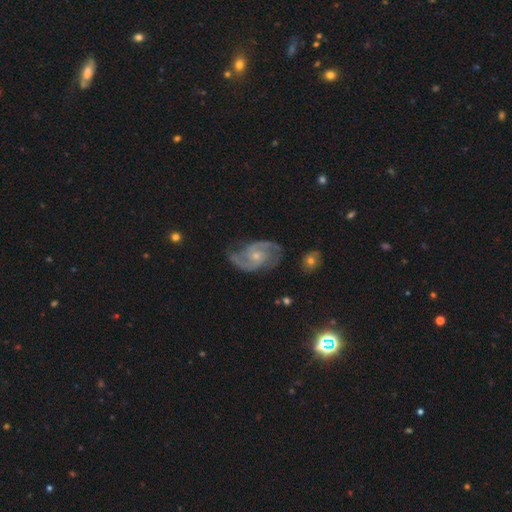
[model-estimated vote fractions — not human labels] Overall: featured or disk (89%). Edge-on disk: no (98%). Bar: no (66%; weak 28%). Spiral arms: yes (97%). Spiral arm count: 2 (83%). Spiral winding: medium (56%; tight 25%). Bulge size: small (64%; moderate 31%). Merging: none (71%).